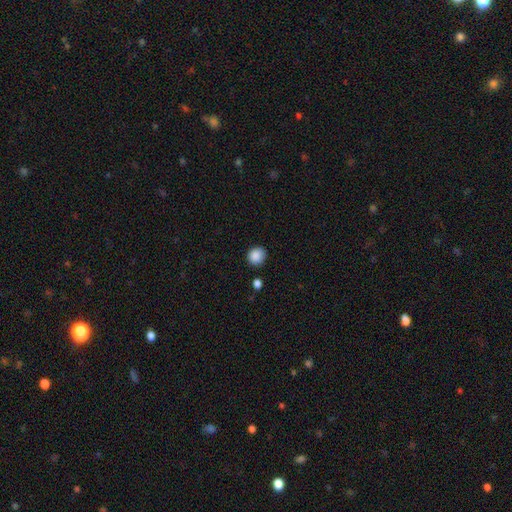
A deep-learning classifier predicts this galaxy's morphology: type=smooth (88%); roundness=round (86%); merging=none (84%).